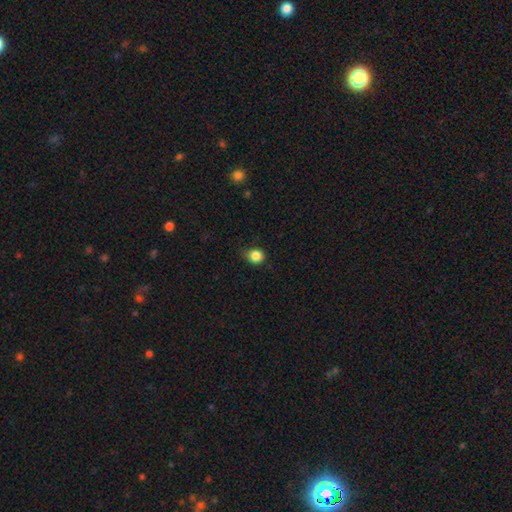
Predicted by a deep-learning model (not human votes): Smooth or featured: smooth — 85% (star or artifact — 11%)
How rounded: round — 82% (in between — 17%)
Merging: none — 71% (minor disturbance — 23%)